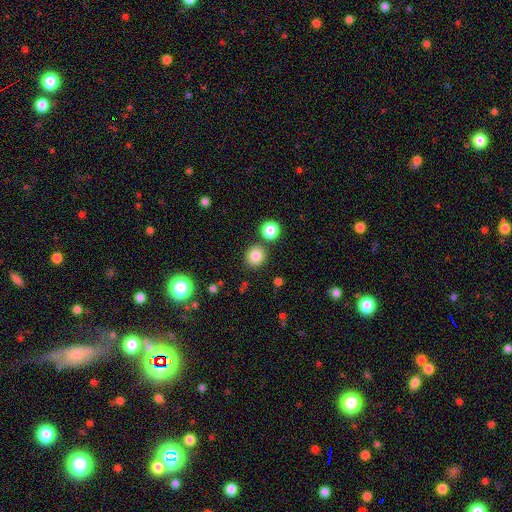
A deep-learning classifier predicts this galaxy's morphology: Overall: smooth (83%). How rounded: round (86%). Merging: none (82%).